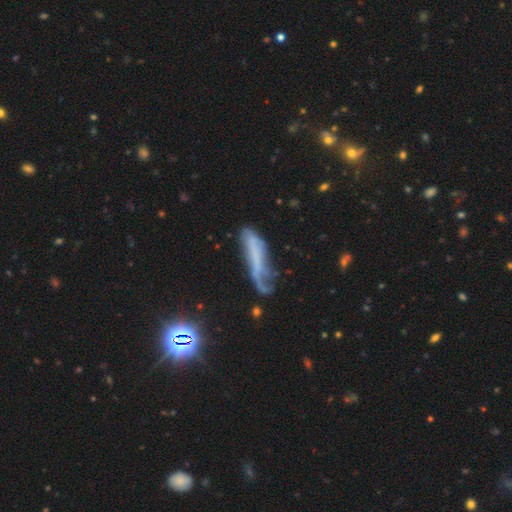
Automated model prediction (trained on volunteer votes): A featured or disk galaxy (48%).

Vote fractions:
- Smooth or featured? featured or disk: 48% / smooth: 38% / star or artifact: 14%
- Merging? none: 33% / major disturbance: 31% / minor disturbance: 29% / merger: 6%